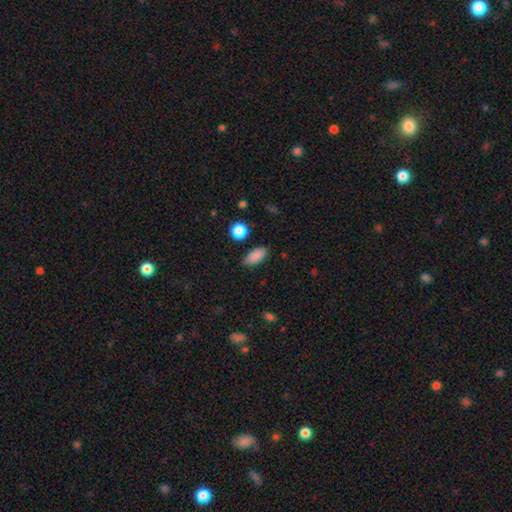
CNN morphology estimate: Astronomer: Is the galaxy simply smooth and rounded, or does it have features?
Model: smooth — 86%.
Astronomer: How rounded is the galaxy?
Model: in between — 85%.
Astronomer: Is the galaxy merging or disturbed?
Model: none — 80%.